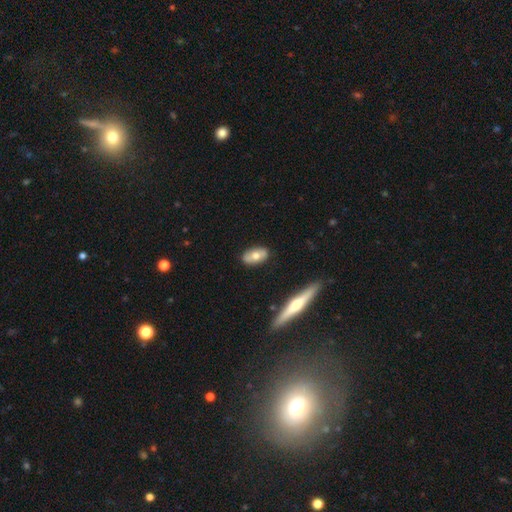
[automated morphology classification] smooth 61%, featured or disk 32%, star or artifact 7%. Down the decision tree: how rounded — in between (89%); merging — none (85%).